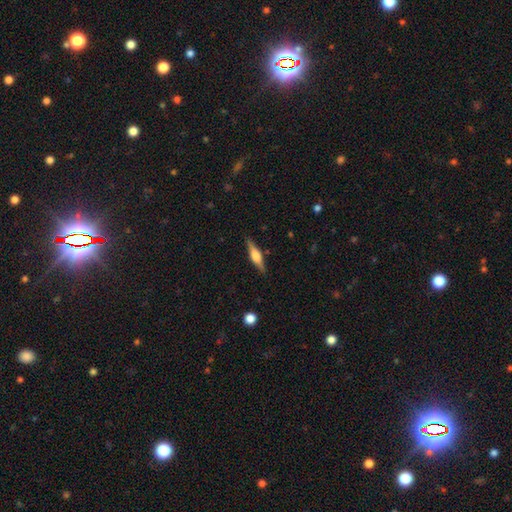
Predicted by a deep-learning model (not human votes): Q: Smooth or featured?
A: featured or disk (66%); runner-up: smooth (28%)
Q: Edge-on disk?
A: yes (97%); runner-up: no (3%)
Q: Edge-on bulge?
A: rounded (83%); runner-up: boxy (14%)
Q: Merging?
A: none (88%); runner-up: minor disturbance (9%)